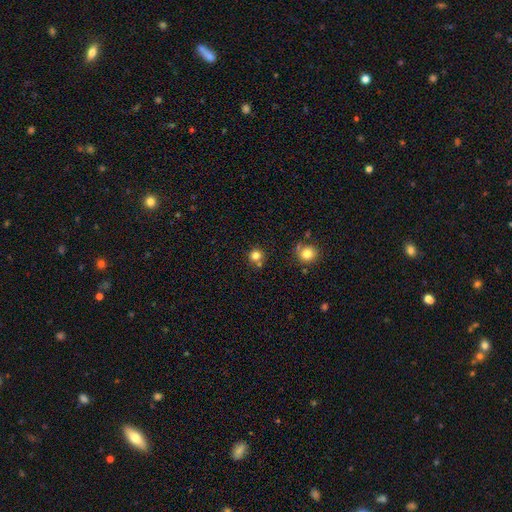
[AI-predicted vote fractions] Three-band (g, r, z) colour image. It shows a smooth galaxy with no disk features (80%) that is round (92%). Merging: none (72%).